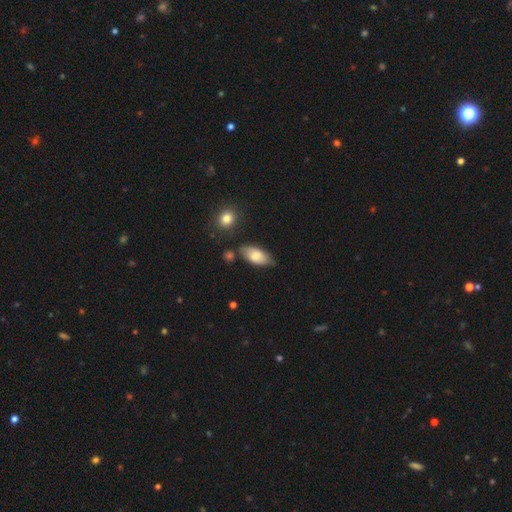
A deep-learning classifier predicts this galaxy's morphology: smooth-or-featured: smooth: 74% | featured or disk: 20% | star or artifact: 6%
  how-rounded: in between: 91% | cigar-shaped: 6% | round: 3%
  merging: none: 70% | minor disturbance: 20% | merger: 6% | major disturbance: 4%